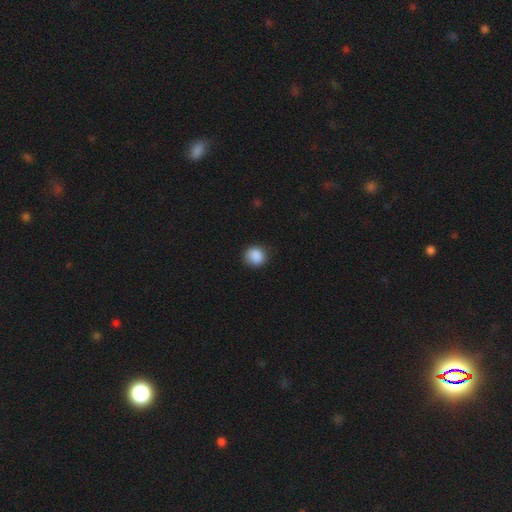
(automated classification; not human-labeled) A smooth galaxy with no disk features (88%) that is round (85%).

Vote fractions:
- Smooth or featured? smooth: 88% / star or artifact: 9% / featured or disk: 3%
- How rounded? round: 85% / in between: 14% / cigar-shaped: 1%
- Merging? none: 85% / minor disturbance: 12% / major disturbance: 3% / merger: 1%